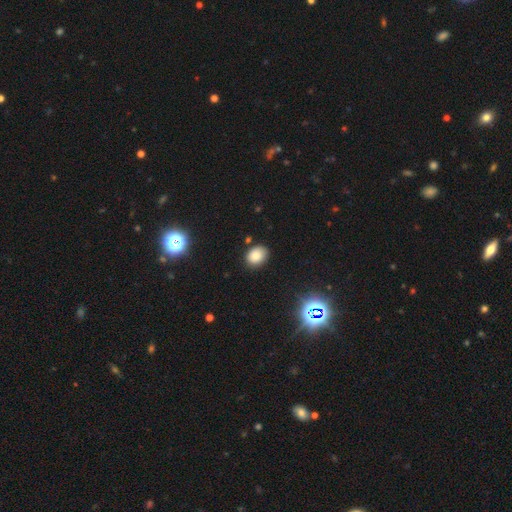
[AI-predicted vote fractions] smooth_or_featured: smooth (p=0.82) [alt: star or artifact p=0.12]
how_rounded: in between (p=0.60) [alt: round p=0.39]
merging: none (p=0.83) [alt: minor disturbance p=0.12]